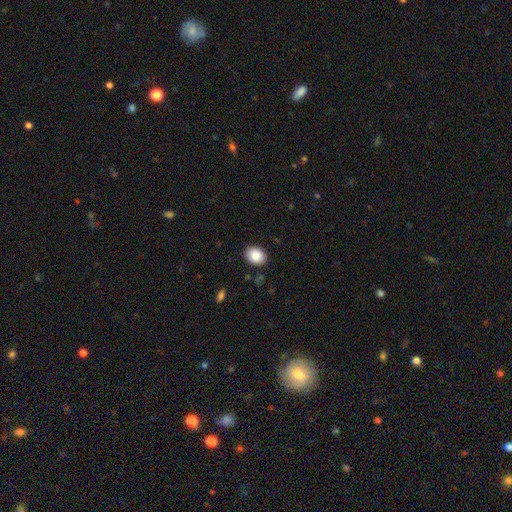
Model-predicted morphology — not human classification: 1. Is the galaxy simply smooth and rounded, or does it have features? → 89% smooth, 8% star or artifact, 4% featured or disk.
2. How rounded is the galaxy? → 63% in between, 36% round, 1% cigar-shaped.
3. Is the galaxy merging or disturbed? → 88% none, 8% minor disturbance, 2% major disturbance, 1% merger.